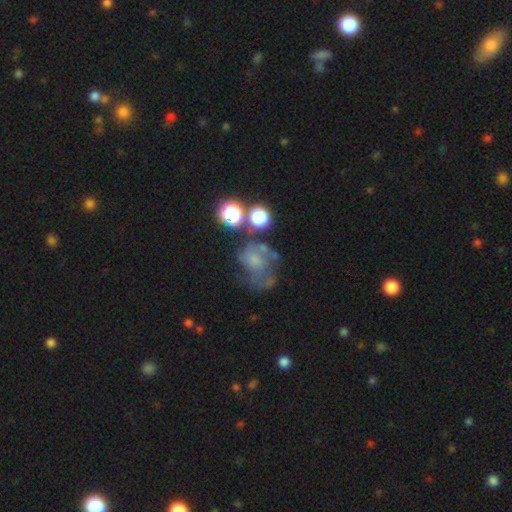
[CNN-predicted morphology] smooth-or-featured: featured or disk: 49% | smooth: 30% | star or artifact: 21%
  merging: none: 37% | major disturbance: 28% | minor disturbance: 20% | merger: 15%